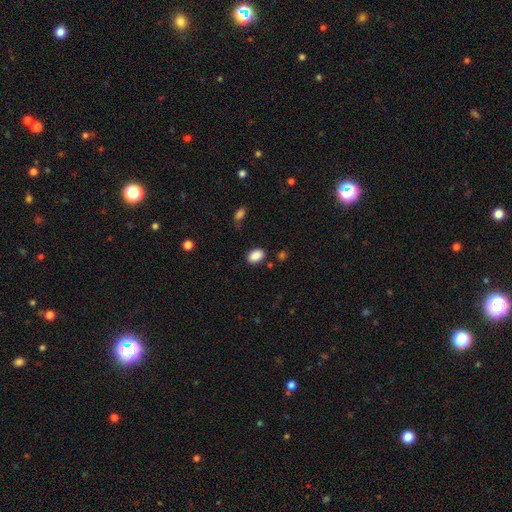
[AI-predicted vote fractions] A smooth galaxy with no disk features (88%) that is in between round and cigar-shaped (84%). Merging: none (82%).